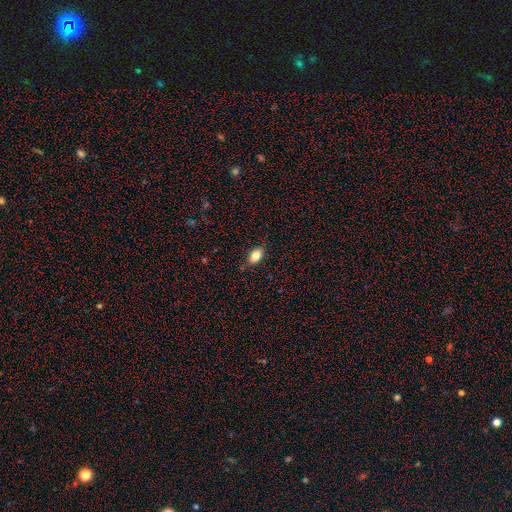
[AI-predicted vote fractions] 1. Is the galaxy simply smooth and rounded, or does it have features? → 82% smooth, 9% featured or disk, 9% star or artifact.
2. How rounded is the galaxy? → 87% in between, 9% round, 3% cigar-shaped.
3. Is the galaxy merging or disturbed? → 83% none, 14% minor disturbance, 3% major disturbance, 1% merger.